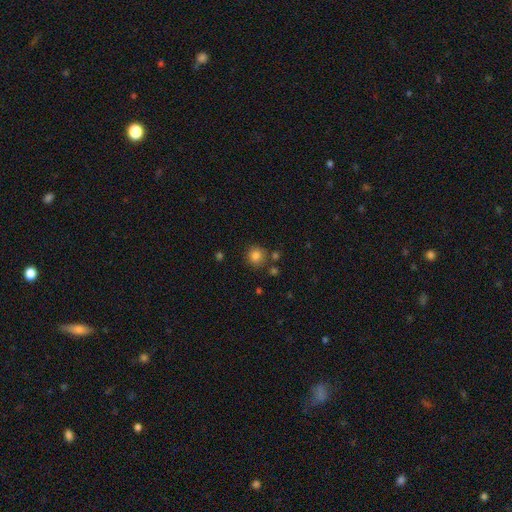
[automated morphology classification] smooth-or-featured: smooth: 82% | star or artifact: 12% | featured or disk: 5%
  how-rounded: round: 89% | in between: 10% | cigar-shaped: 1%
  merging: none: 81% | minor disturbance: 10% | merger: 7% | major disturbance: 3%